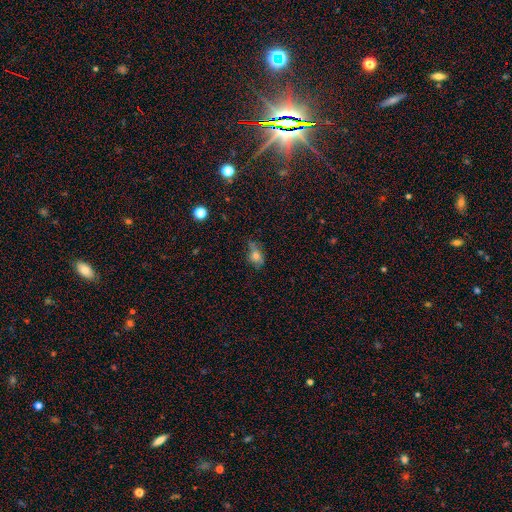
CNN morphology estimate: A smooth galaxy with no disk features (69%) that is in between round and cigar-shaped (70%).

Vote fractions:
- Smooth or featured? smooth: 69% / featured or disk: 16% / star or artifact: 15%
- How rounded? in between: 70% / round: 26% / cigar-shaped: 4%
- Merging? none: 51% / minor disturbance: 34% / major disturbance: 10% / merger: 5%